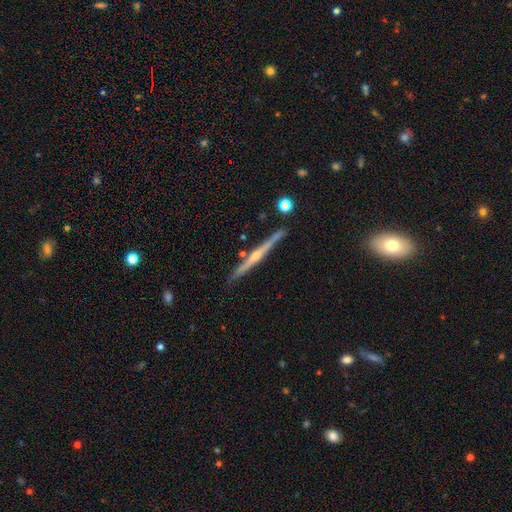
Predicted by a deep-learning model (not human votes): A featured or disk galaxy (79%) viewed edge-on (98%) with a rounded central bulge (78%).

Vote fractions:
- Smooth or featured? featured or disk: 79% / smooth: 15% / star or artifact: 6%
- Edge-on disk? yes: 98% / no: 2%
- Edge-on bulge? rounded: 78% / none: 17% / boxy: 5%
- Merging? none: 87% / minor disturbance: 8% / merger: 3% / major disturbance: 2%